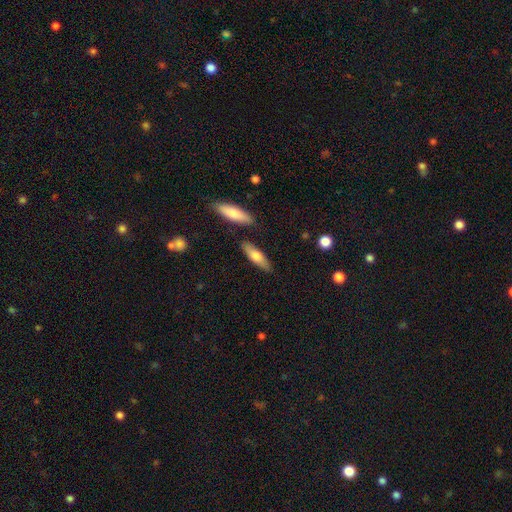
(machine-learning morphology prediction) Smooth or featured? smooth (70%)
How rounded? in between (51%)
Merging? none (82%)